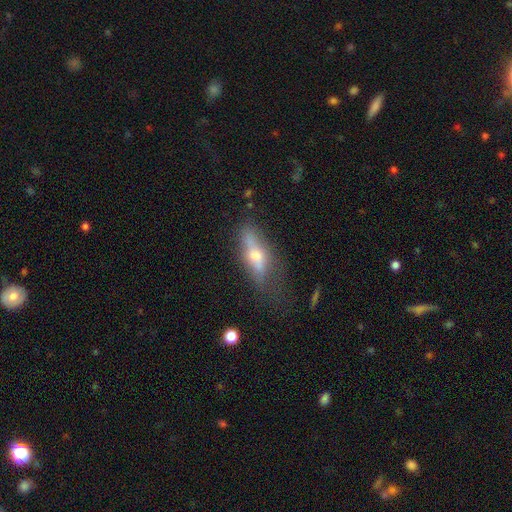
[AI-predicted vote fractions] smooth_or_featured: smooth (p=0.46) [alt: featured or disk p=0.45]
merging: none (p=0.49) [alt: minor disturbance p=0.27]